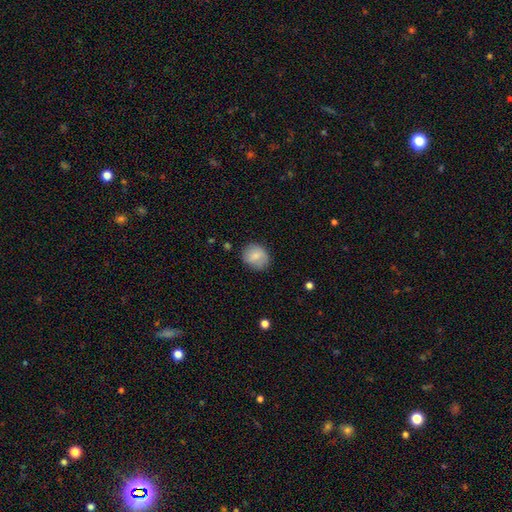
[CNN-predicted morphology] smooth_or_featured: smooth (p=0.78) [alt: featured or disk p=0.14]
how_rounded: round (p=0.74) [alt: in between p=0.25]
merging: none (p=0.77) [alt: minor disturbance p=0.18]